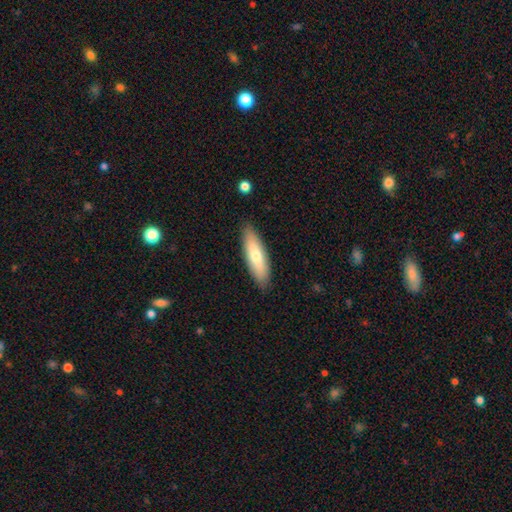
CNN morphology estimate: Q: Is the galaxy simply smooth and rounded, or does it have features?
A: smooth — 67%.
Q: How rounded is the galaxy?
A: cigar-shaped — 55%.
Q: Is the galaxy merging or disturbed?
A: none — 87%.